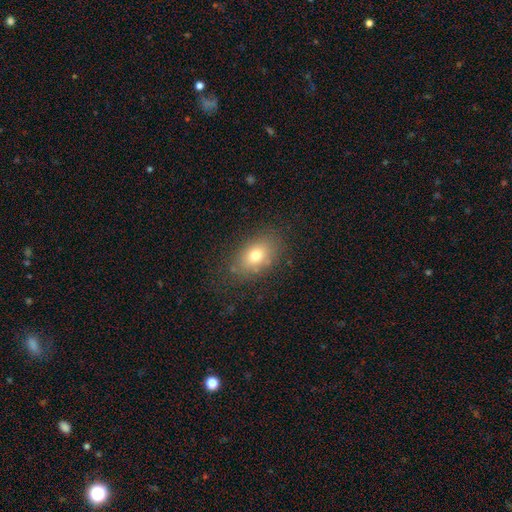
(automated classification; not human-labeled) Smooth or featured? Predicted: smooth (p=0.74). How rounded? Predicted: in between (p=0.80). Merging? Predicted: none (p=0.78).